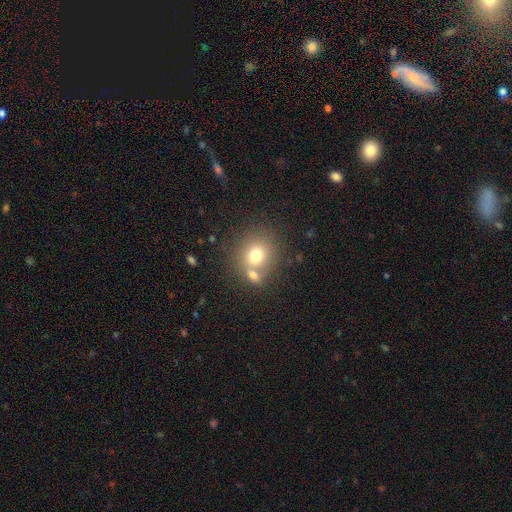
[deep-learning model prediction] The model was most divided on "merging": none: 52%, merger: 33%, minor disturbance: 10%, major disturbance: 4%. More confident: how rounded — round (78%); smooth or featured — smooth (73%).